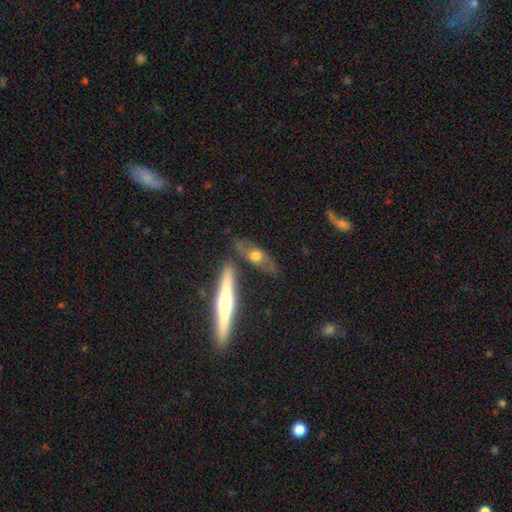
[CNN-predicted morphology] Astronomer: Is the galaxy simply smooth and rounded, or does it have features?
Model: featured or disk — 55% (runner-up: smooth, 38%).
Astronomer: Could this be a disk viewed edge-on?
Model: yes — 67%.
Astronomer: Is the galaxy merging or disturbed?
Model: none — 66%.